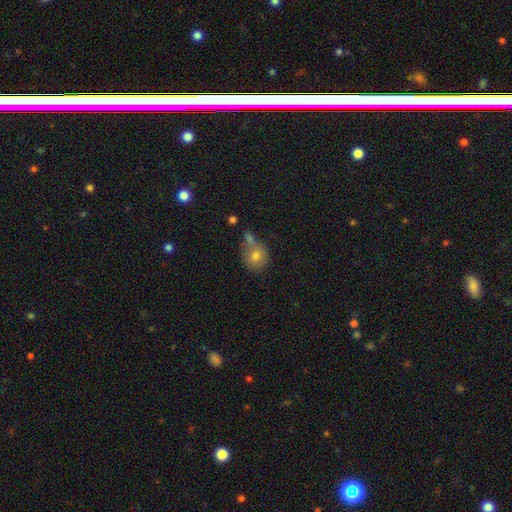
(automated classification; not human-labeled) smooth 76%, featured or disk 14%, star or artifact 10%. Down the decision tree: how rounded — round (77%); merging — none (48%).